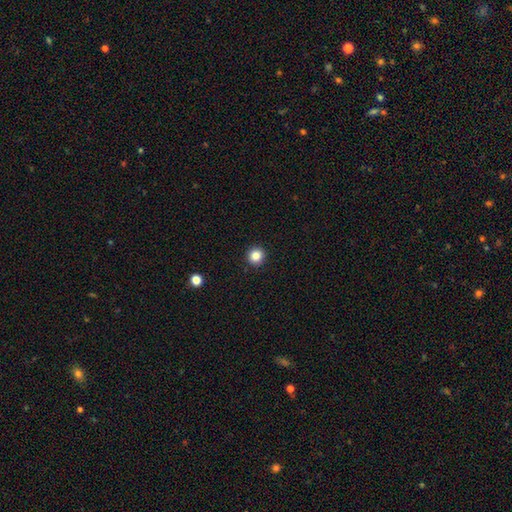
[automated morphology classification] Q: Smooth or featured?
A: smooth (84%); runner-up: star or artifact (11%)
Q: How rounded?
A: round (95%); runner-up: in between (5%)
Q: Merging?
A: none (93%); runner-up: minor disturbance (5%)